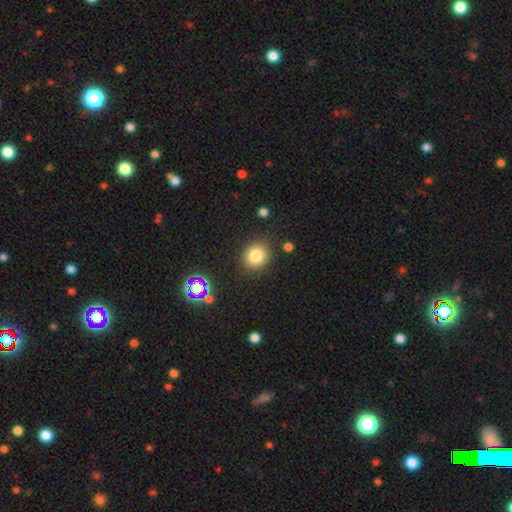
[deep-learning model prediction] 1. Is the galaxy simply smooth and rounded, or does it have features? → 80% smooth, 13% star or artifact, 7% featured or disk.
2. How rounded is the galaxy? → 78% round, 21% in between, 1% cigar-shaped.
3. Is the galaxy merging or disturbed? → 86% none, 9% minor disturbance, 3% major disturbance, 3% merger.